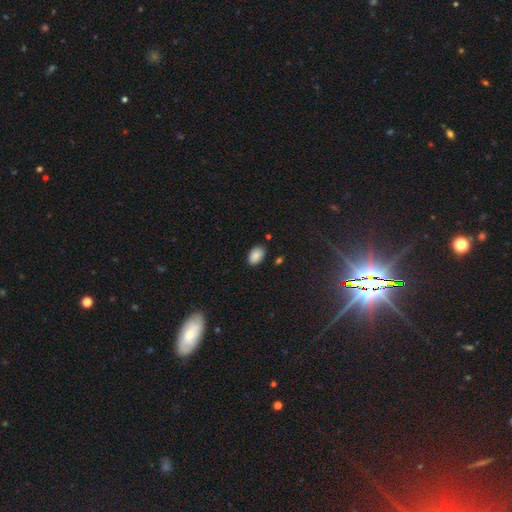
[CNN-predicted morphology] A smooth galaxy with no disk features (87%) that is in between round and cigar-shaped (92%).

Vote fractions:
- Smooth or featured? smooth: 87% / star or artifact: 8% / featured or disk: 4%
- How rounded? in between: 92% / round: 7% / cigar-shaped: 1%
- Merging? none: 84% / minor disturbance: 12% / major disturbance: 2% / merger: 2%